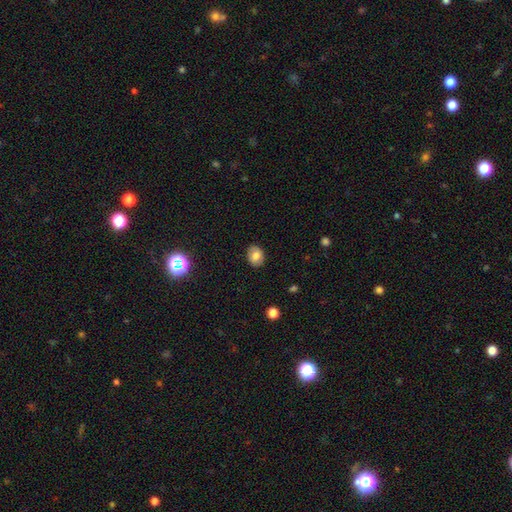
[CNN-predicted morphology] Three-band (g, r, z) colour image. It shows a smooth galaxy with no disk features (76%) that is in between round and cigar-shaped (59%). Merging: none (87%).